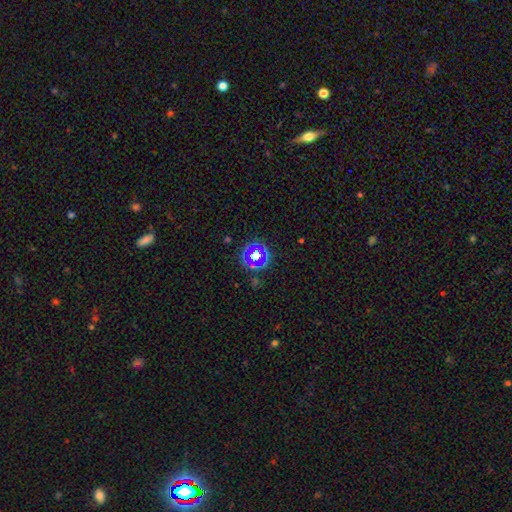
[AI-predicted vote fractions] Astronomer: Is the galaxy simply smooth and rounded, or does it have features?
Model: star or artifact — 58%.